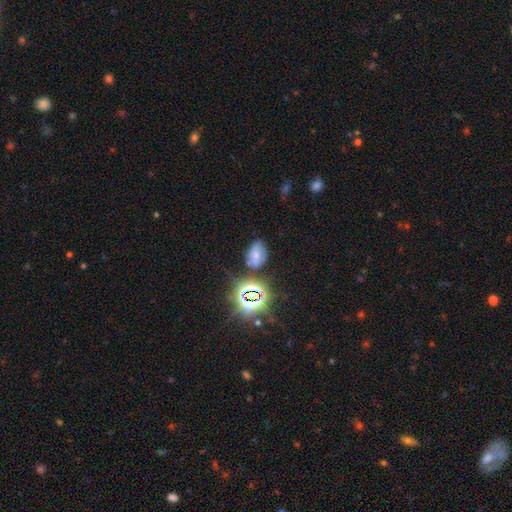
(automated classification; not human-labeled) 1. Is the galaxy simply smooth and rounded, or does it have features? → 51% smooth, 27% star or artifact, 21% featured or disk.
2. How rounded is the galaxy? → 84% in between, 14% round, 2% cigar-shaped.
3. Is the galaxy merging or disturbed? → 66% none, 21% minor disturbance, 7% major disturbance, 6% merger.